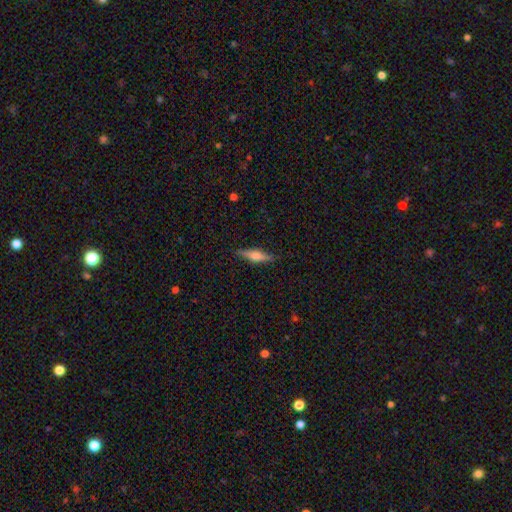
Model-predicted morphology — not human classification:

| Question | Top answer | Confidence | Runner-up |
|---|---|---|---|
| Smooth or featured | featured or disk | 56% | smooth (38%) |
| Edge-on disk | yes | 95% | no (5%) |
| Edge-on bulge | rounded | 88% | boxy (8%) |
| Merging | none | 87% | minor disturbance (9%) |